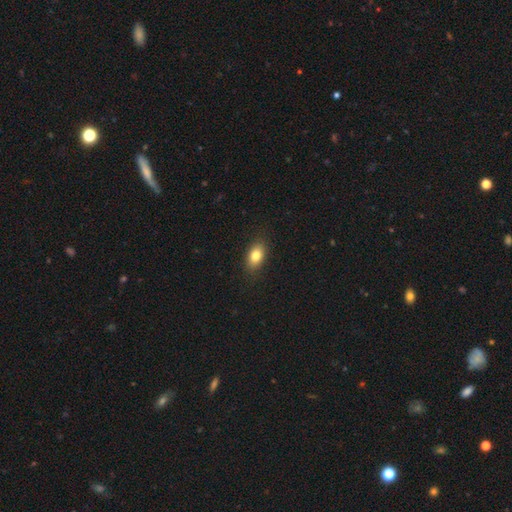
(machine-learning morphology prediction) smooth 82%, featured or disk 10%, star or artifact 9%. Down the decision tree: how rounded — in between (87%); merging — none (88%).